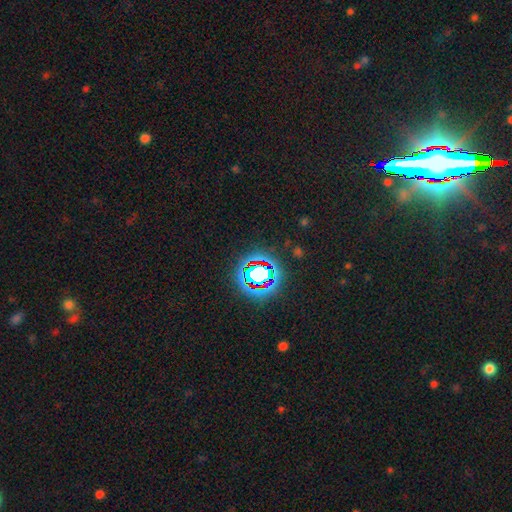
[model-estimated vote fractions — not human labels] The model was most divided on "smooth or featured": star or artifact: 82%, smooth: 9%, featured or disk: 8%.